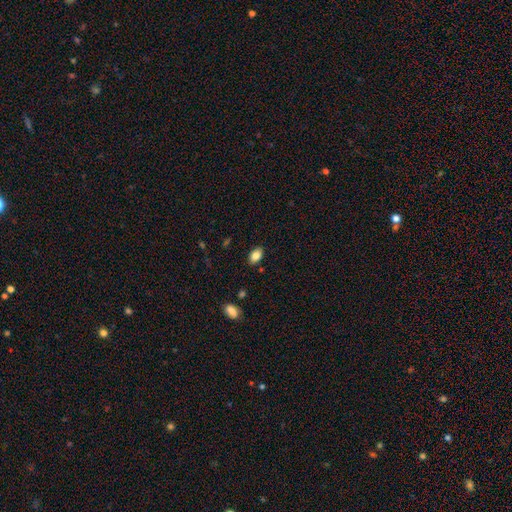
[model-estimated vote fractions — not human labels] The model was most divided on "merging": none: 86%, minor disturbance: 11%, major disturbance: 2%, merger: 1%. More confident: how rounded — in between (90%); smooth or featured — smooth (85%).